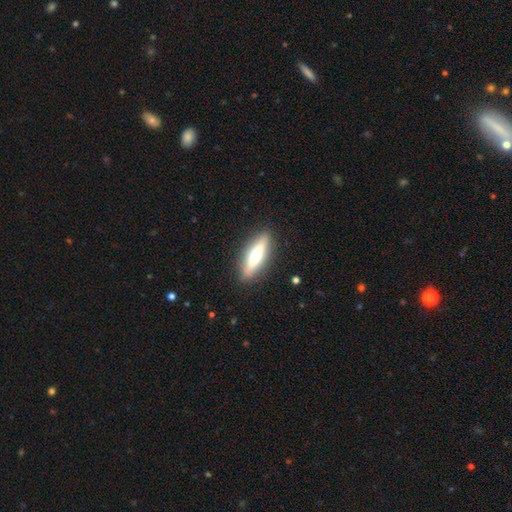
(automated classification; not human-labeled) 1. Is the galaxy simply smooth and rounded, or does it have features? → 48% featured or disk, 46% smooth, 6% star or artifact.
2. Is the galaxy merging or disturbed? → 88% none, 9% minor disturbance, 2% major disturbance, 1% merger.